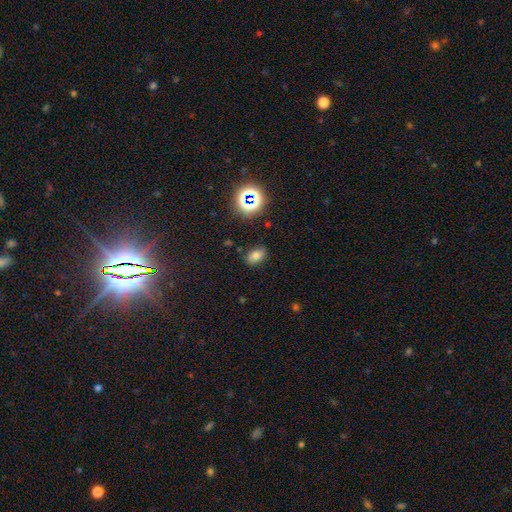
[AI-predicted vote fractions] smooth_or_featured: smooth (p=0.71) [alt: star or artifact p=0.20]
how_rounded: in between (p=0.83) [alt: round p=0.16]
merging: none (p=0.84) [alt: minor disturbance p=0.11]